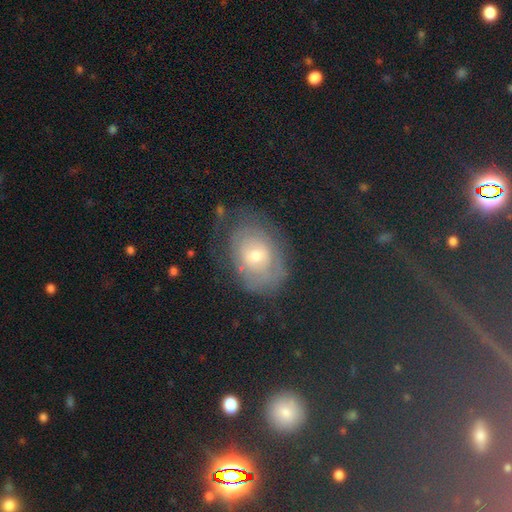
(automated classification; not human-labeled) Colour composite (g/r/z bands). It shows a featured or disk galaxy (39%). Merging: none (67%).